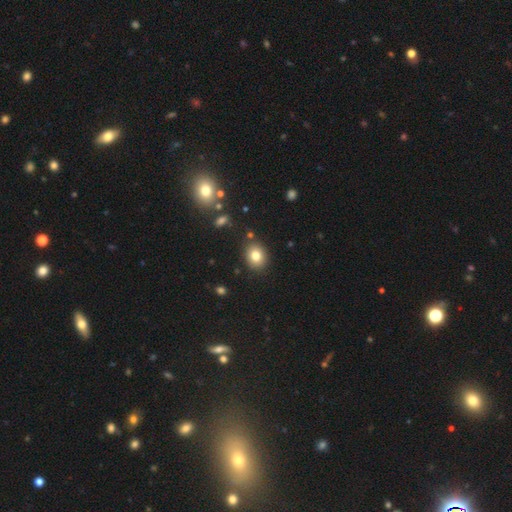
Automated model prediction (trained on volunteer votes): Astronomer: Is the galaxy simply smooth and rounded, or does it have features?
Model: smooth — 80%.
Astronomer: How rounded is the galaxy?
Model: round — 56% (runner-up: in between, 43%).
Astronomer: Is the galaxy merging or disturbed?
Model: none — 85%.